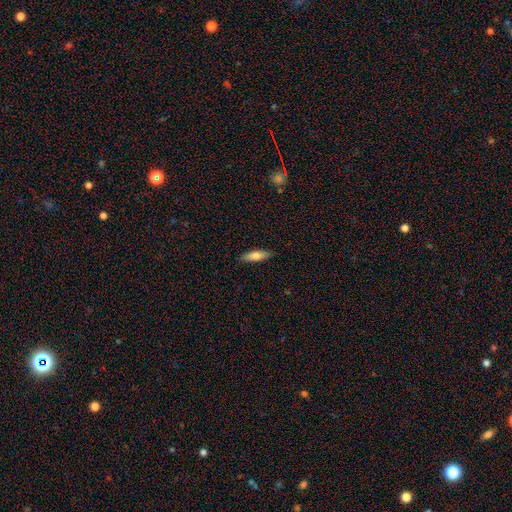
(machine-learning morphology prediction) Q: Smooth or featured?
A: smooth (74%); runner-up: featured or disk (20%)
Q: How rounded?
A: cigar-shaped (57%); runner-up: in between (41%)
Q: Merging?
A: none (88%); runner-up: minor disturbance (9%)